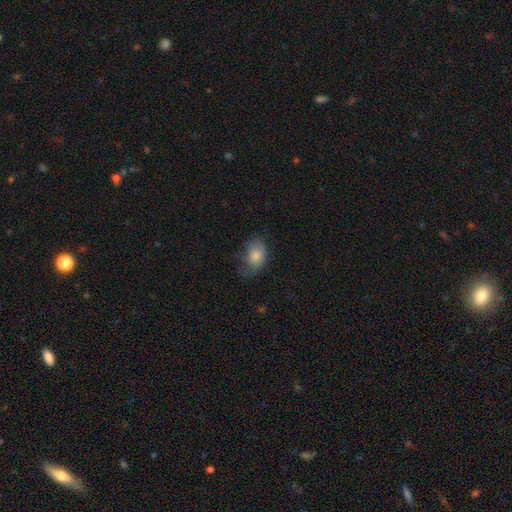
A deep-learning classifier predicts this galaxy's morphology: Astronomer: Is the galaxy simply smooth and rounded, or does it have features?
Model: smooth — 75%.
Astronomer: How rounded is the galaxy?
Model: in between — 80%.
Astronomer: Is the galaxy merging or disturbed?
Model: none — 50% (runner-up: minor disturbance, 32%).